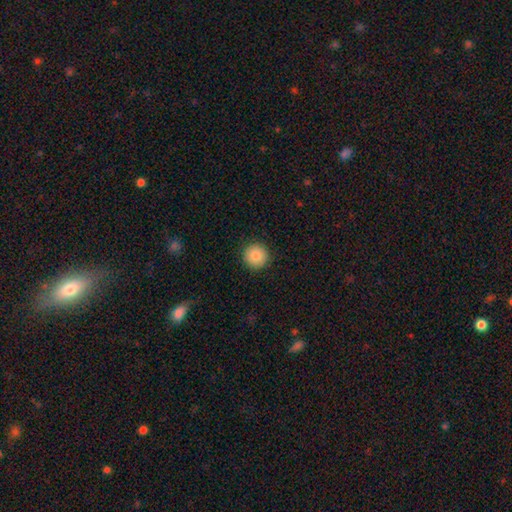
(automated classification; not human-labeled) Smooth or featured?
  - smooth: 86% *
  - star or artifact: 9%
  - featured or disk: 5%
How rounded?
  - round: 95% *
  - in between: 4%
  - cigar-shaped: 1%
Merging?
  - none: 92% *
  - minor disturbance: 6%
  - major disturbance: 2%
  - merger: 1%